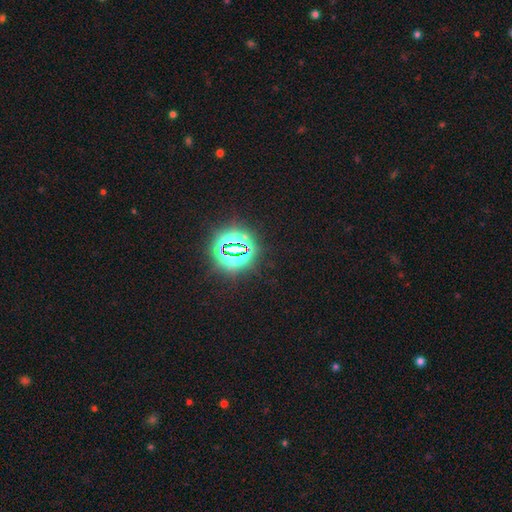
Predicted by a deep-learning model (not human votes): A star or artifact, not a galaxy (86%).

Vote fractions:
- Smooth or featured? star or artifact: 86% / smooth: 9% / featured or disk: 5%